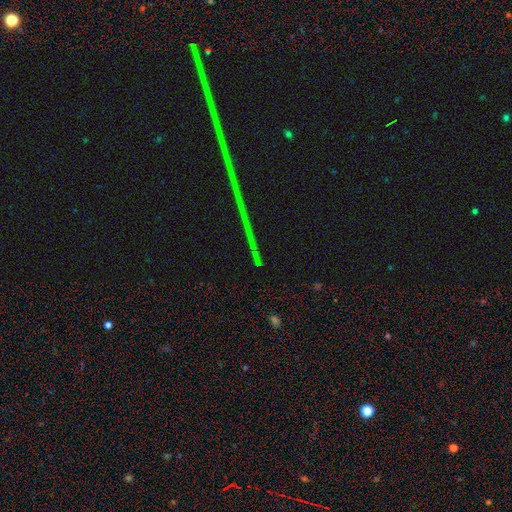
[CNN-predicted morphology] A star or artifact, not a galaxy (81%).

Vote fractions:
- Smooth or featured? star or artifact: 81% / featured or disk: 11% / smooth: 8%